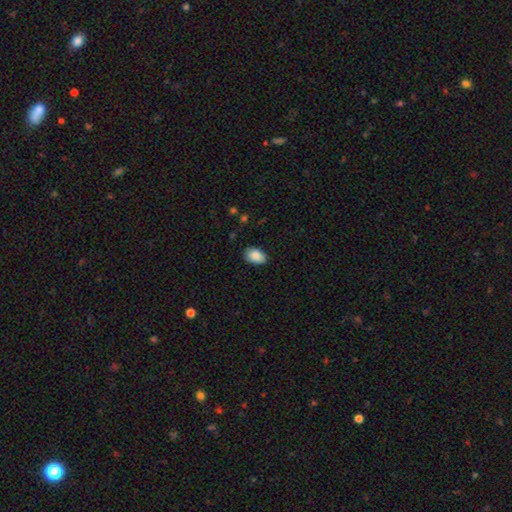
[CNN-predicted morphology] type=smooth (89%); roundness=in between (88%); merging=none (82%).